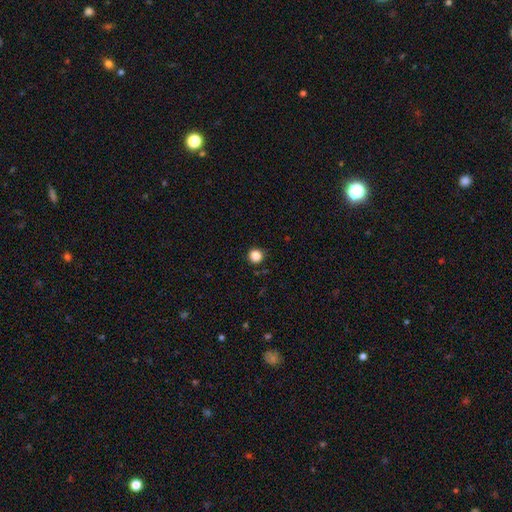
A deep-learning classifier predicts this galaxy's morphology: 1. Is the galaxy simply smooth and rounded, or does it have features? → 86% smooth, 11% star or artifact, 2% featured or disk.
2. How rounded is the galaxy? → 93% round, 7% in between, 1% cigar-shaped.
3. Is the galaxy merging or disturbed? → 89% none, 8% minor disturbance, 2% major disturbance, 1% merger.